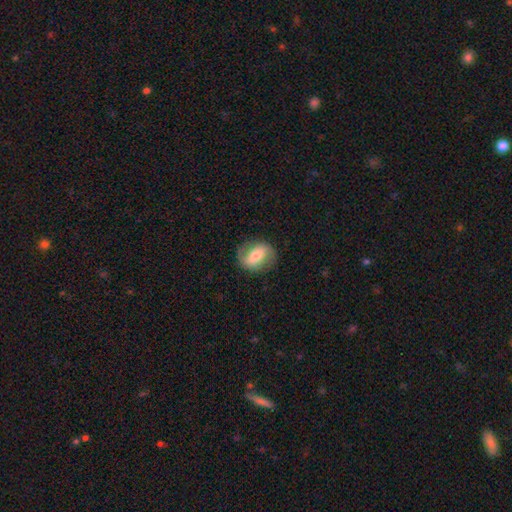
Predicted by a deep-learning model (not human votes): Smooth or featured? Predicted: featured or disk (p=0.55). Edge-on disk? Predicted: no (p=0.95). Bar? Predicted: strong (p=0.43). Spiral arms? Predicted: yes (p=0.76). Bulge size? Predicted: moderate (p=0.54). Merging? Predicted: none (p=0.79).